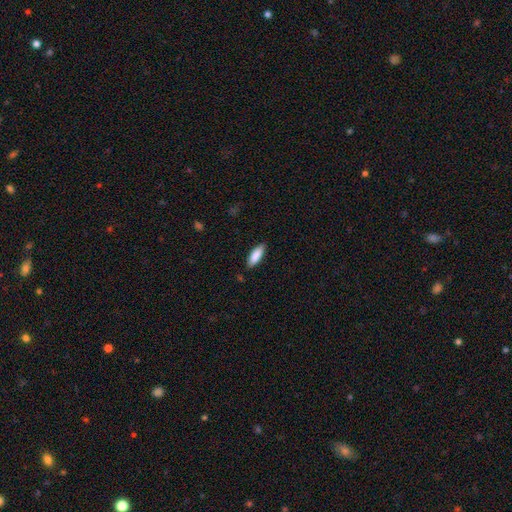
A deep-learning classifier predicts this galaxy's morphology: Smooth or featured? Predicted: smooth (p=0.86). How rounded? Predicted: in between (p=0.60). Merging? Predicted: none (p=0.85).